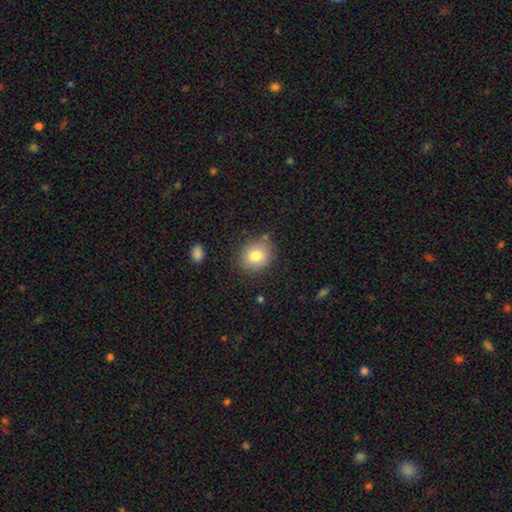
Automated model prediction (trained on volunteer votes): Overall: smooth (79%). How rounded: round (75%). Merging: none (81%).